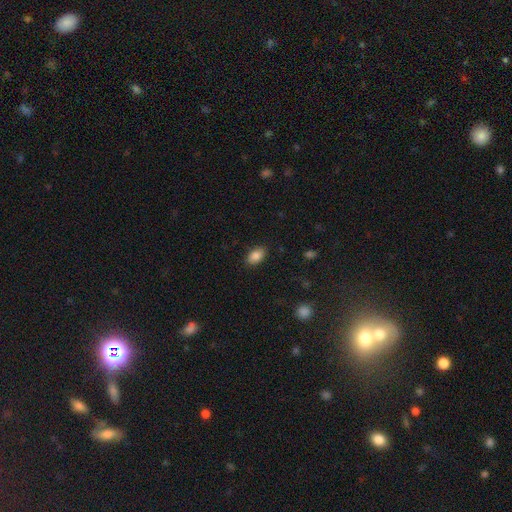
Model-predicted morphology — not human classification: A smooth galaxy with no disk features (86%) that is in between round and cigar-shaped (91%). Merging: none (86%).